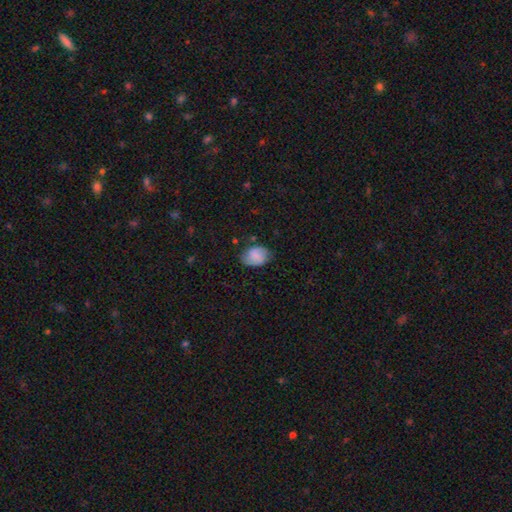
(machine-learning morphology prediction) Smooth or featured? Predicted: smooth (p=0.67). How rounded? Predicted: in between (p=0.73). Merging? Predicted: none (p=0.72).